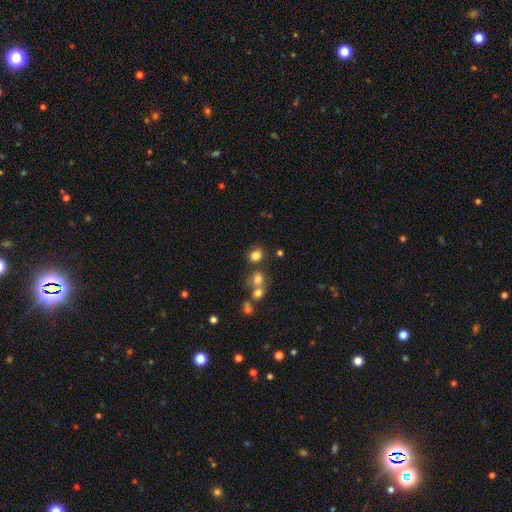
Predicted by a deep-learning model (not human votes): Smooth or featured?
  - smooth: 79% *
  - star or artifact: 14%
  - featured or disk: 8%
How rounded?
  - round: 63% *
  - in between: 36%
  - cigar-shaped: 1%
Merging?
  - none: 63% *
  - merger: 20%
  - minor disturbance: 12%
  - major disturbance: 5%